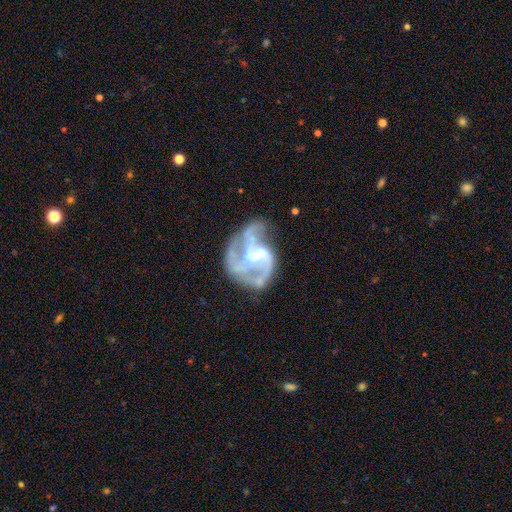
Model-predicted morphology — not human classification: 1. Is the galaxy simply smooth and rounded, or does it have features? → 86% featured or disk, 8% smooth, 7% star or artifact.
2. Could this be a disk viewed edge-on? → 98% no, 2% yes.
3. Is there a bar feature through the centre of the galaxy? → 52% weak, 29% no, 19% strong.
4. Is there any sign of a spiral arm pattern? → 91% yes, 9% no.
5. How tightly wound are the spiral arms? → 48% medium, 36% loose, 16% tight.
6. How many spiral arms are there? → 32% 3 (tied), 32% 2 (tied), 16% can't tell, 8% 4, 7% 1, 5% more than 4.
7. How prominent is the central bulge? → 39% small, 32% moderate, 23% none, 4% large, 1% dominant.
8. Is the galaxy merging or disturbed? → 41% none, 33% major disturbance, 20% minor disturbance, 6% merger.